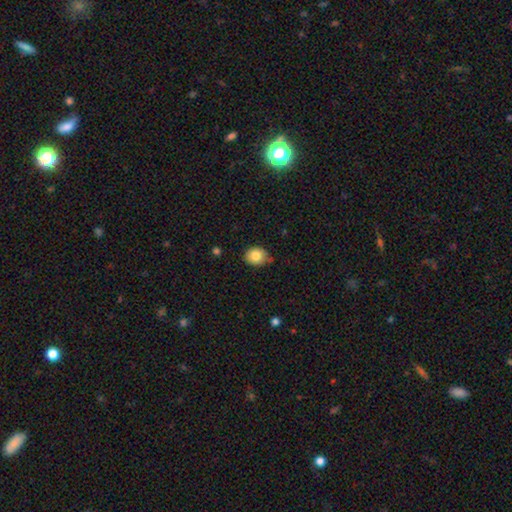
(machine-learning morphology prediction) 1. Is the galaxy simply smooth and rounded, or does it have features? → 83% smooth, 9% star or artifact, 8% featured or disk.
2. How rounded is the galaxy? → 64% round, 36% in between, 1% cigar-shaped.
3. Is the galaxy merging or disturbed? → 75% none, 20% minor disturbance, 3% major disturbance, 2% merger.